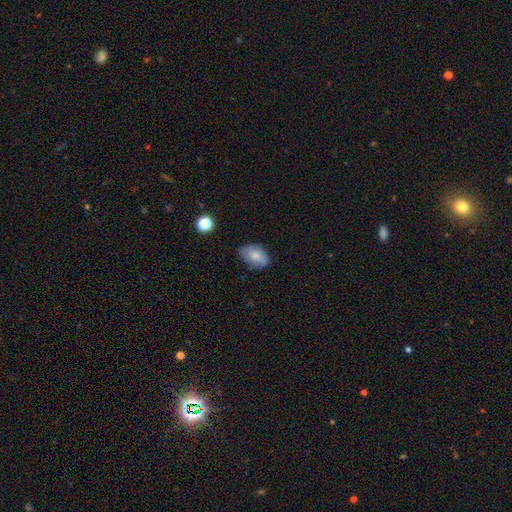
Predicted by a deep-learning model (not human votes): Smooth or featured? smooth (79%)
How rounded? in between (88%)
Merging? none (73%)